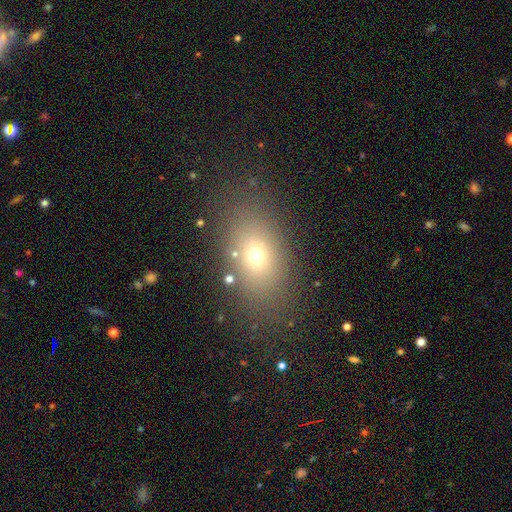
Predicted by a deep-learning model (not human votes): Smooth or featured? smooth (66%)
How rounded? in between (77%)
Merging? none (81%)